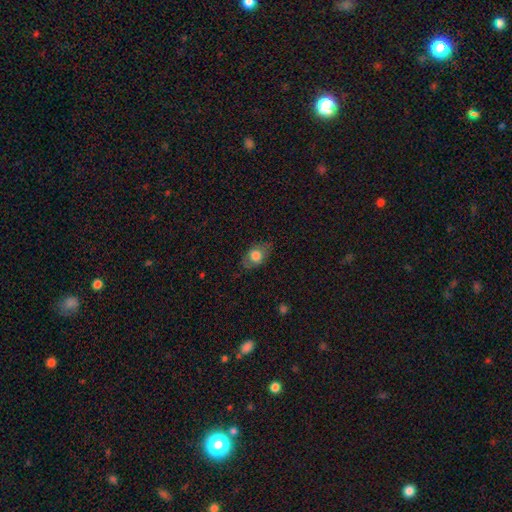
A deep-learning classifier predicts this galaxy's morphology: smooth-or-featured: smooth: 74% | featured or disk: 18% | star or artifact: 8%
  how-rounded: in between: 73% | round: 24% | cigar-shaped: 2%
  merging: none: 75% | minor disturbance: 18% | major disturbance: 5% | merger: 1%